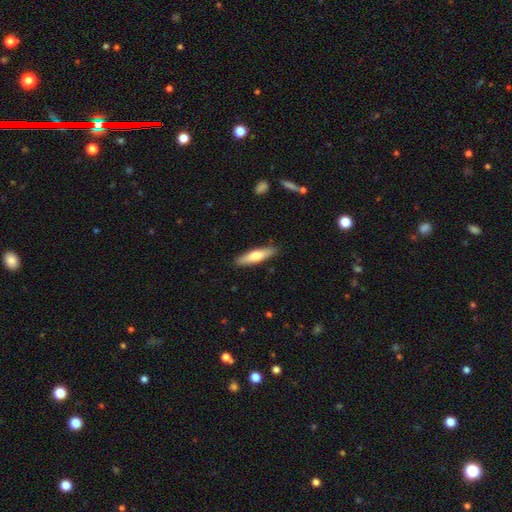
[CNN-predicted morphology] smooth_or_featured: smooth (p=0.67) [alt: featured or disk p=0.28]
how_rounded: cigar-shaped (p=0.74) [alt: in between p=0.25]
merging: none (p=0.89) [alt: minor disturbance p=0.08]